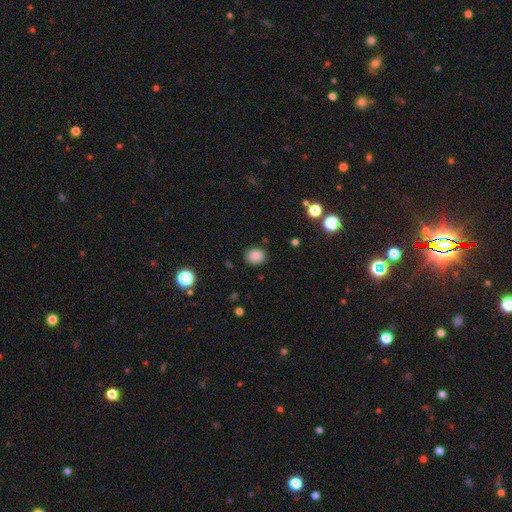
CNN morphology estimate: The model was most divided on "how rounded": round: 66%, in between: 33%, cigar-shaped: 1%. More confident: merging — none (87%); smooth or featured — smooth (85%).